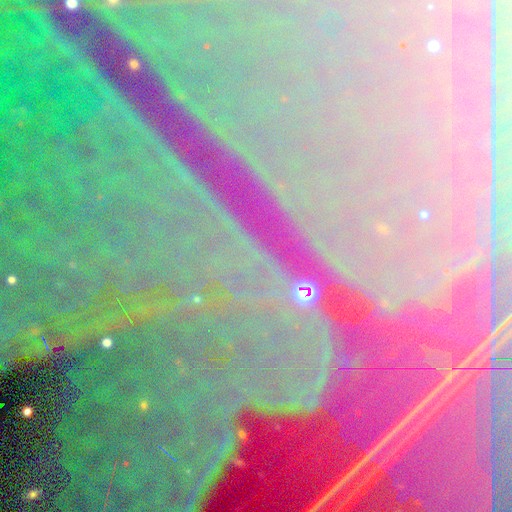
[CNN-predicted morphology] Q: Smooth or featured?
A: star or artifact (88%); runner-up: featured or disk (7%)